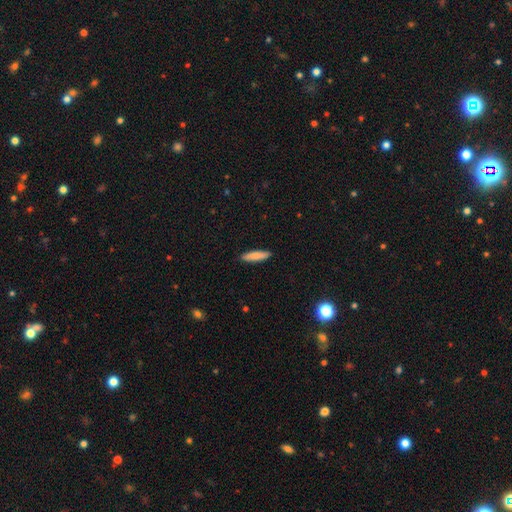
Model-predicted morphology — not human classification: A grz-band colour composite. It shows a smooth galaxy with no disk features (81%) that is cigar-shaped (76%). Merging: none (90%).